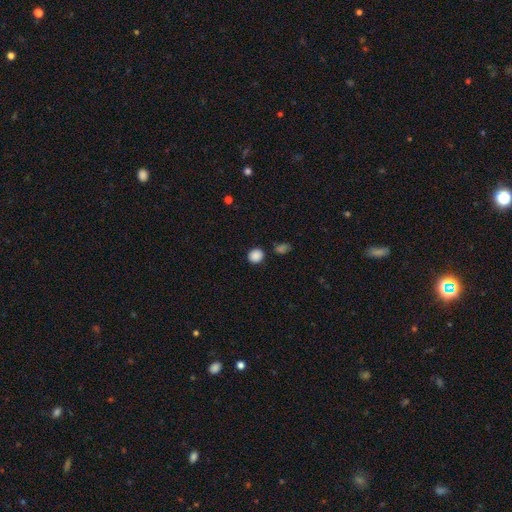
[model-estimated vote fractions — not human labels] smooth 87%, star or artifact 10%, featured or disk 3%. Down the decision tree: how rounded — round (83%); merging — none (84%).